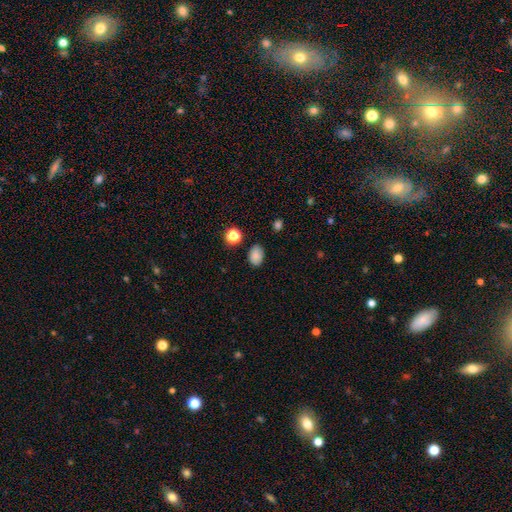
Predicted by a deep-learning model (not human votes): smooth 85%, star or artifact 11%, featured or disk 4%. Down the decision tree: how rounded — in between (78%); merging — none (82%).